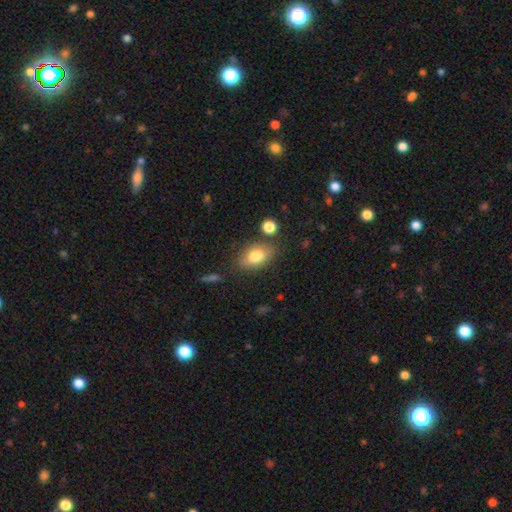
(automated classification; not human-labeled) Smooth or featured? Predicted: smooth (p=0.77). How rounded? Predicted: in between (p=0.85). Merging? Predicted: none (p=0.77).